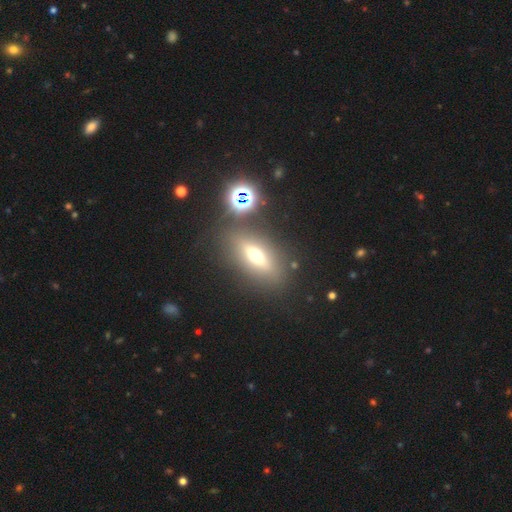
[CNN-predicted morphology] A smooth galaxy with no disk features (47%). Merging: none (79%).